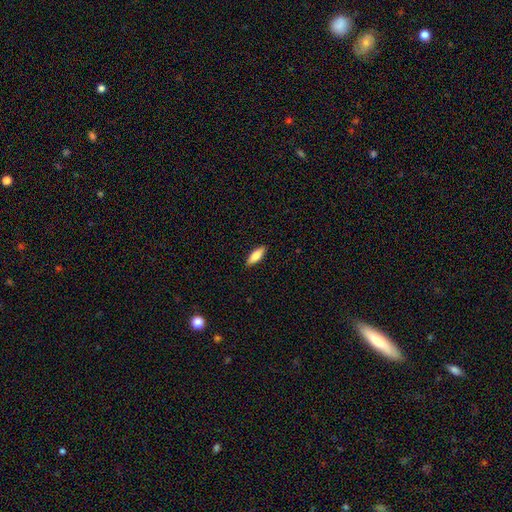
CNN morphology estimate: Q: Smooth or featured?
A: smooth (74%); runner-up: featured or disk (20%)
Q: How rounded?
A: in between (62%); runner-up: cigar-shaped (36%)
Q: Merging?
A: none (90%); runner-up: minor disturbance (8%)